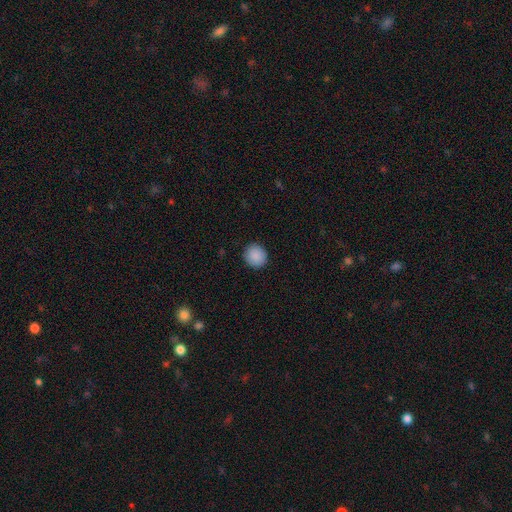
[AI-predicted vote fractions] This is clearly a smooth galaxy (90%). How rounded: clearly round (90%). Merging: clearly none (92%).